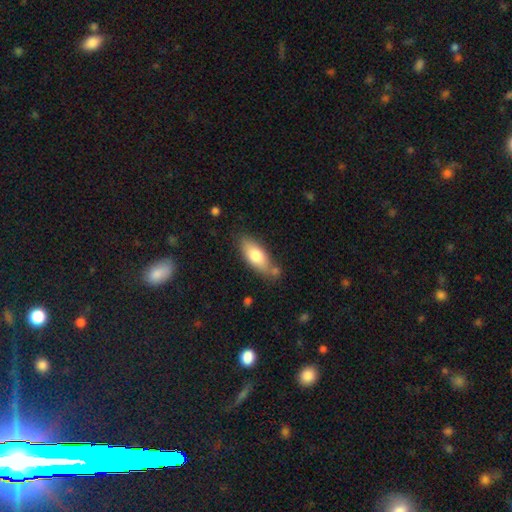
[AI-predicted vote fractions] This is likely a smooth galaxy (73%). How rounded: likely in between (79%). Merging: likely none (68%).